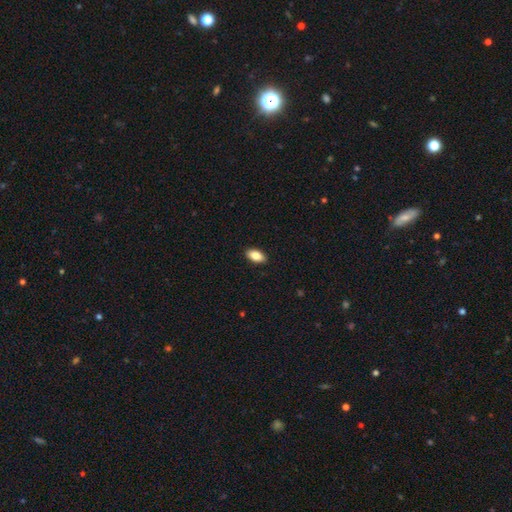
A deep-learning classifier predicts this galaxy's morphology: Smooth or featured? Predicted: smooth (p=0.84). How rounded? Predicted: in between (p=0.92). Merging? Predicted: none (p=0.90).